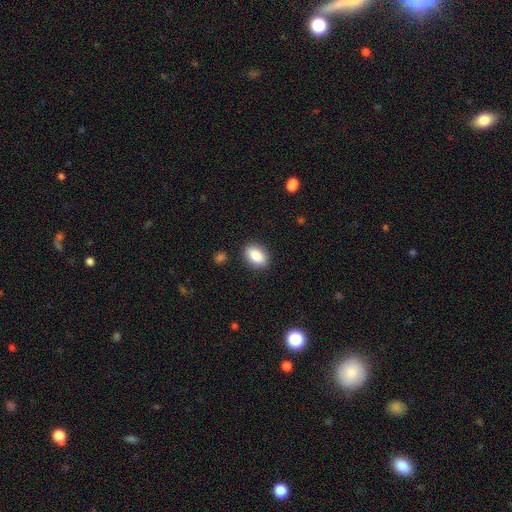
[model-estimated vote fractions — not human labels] This is clearly a smooth galaxy (87%). How rounded: clearly in between (88%). Merging: clearly none (88%).